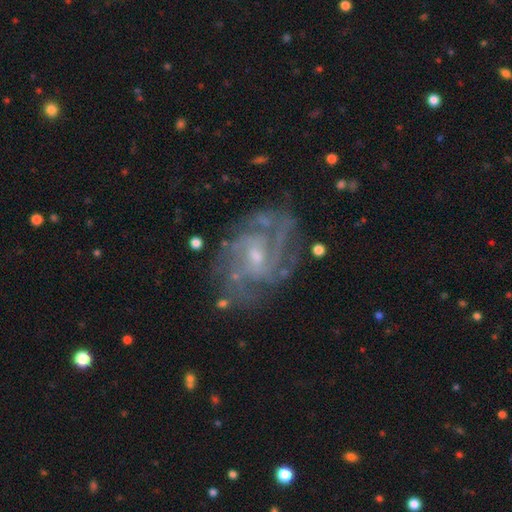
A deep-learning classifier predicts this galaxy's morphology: Q: Smooth or featured?
A: featured or disk (85%); runner-up: star or artifact (8%)
Q: Edge-on disk?
A: no (97%); runner-up: yes (3%)
Q: Bar?
A: weak (46%); runner-up: no (44%)
Q: Spiral arms?
A: yes (95%); runner-up: no (5%)
Q: Spiral winding?
A: tight (47%); runner-up: medium (41%)
Q: Spiral arm count?
A: can't tell (29%); runner-up: 4 (21%)
Q: Bulge size?
A: small (63%); runner-up: moderate (31%)
Q: Merging?
A: none (75%); runner-up: minor disturbance (15%)